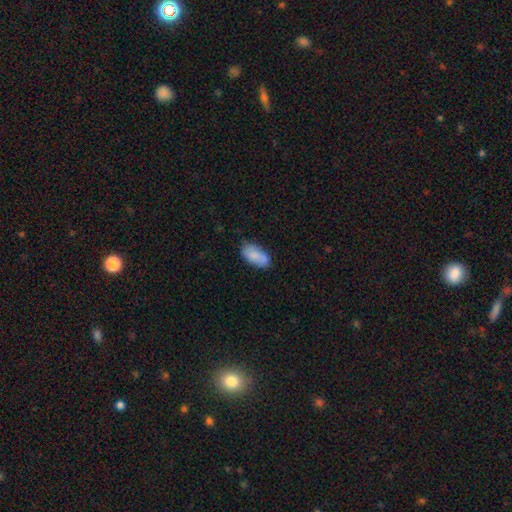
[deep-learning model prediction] Smooth or featured? smooth (78%)
How rounded? in between (93%)
Merging? none (66%)